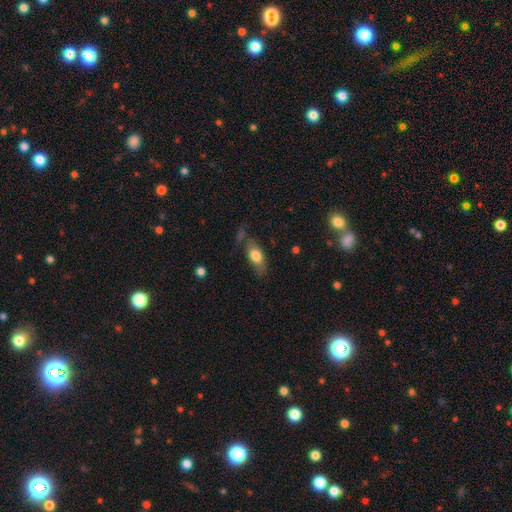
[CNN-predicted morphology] type=smooth (73%); roundness=in between (82%); merging=none (62%).